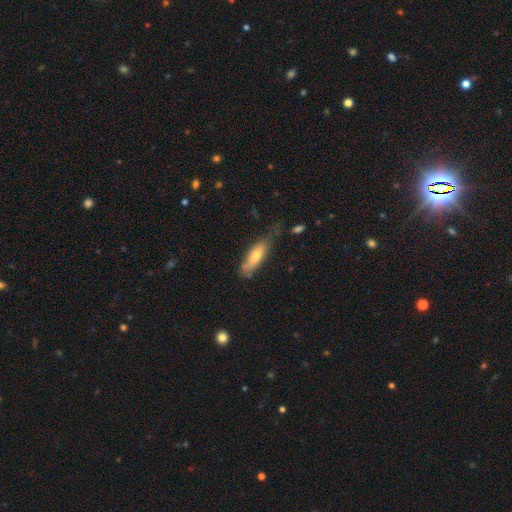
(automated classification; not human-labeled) This is likely a smooth galaxy (64%). How rounded: possibly cigar-shaped (51%). Merging: possibly none (51%).